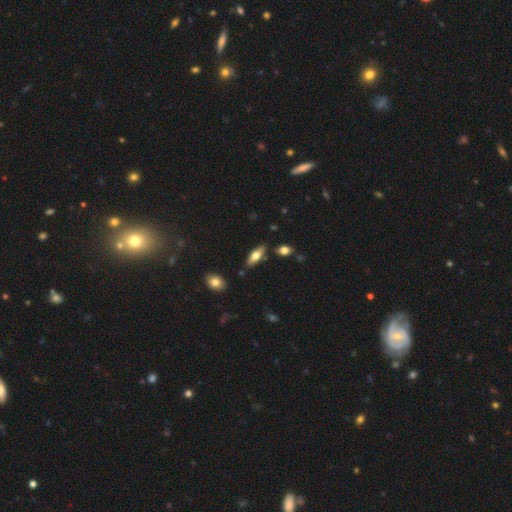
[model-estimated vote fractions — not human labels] A smooth galaxy with no disk features (63%) that is in between round and cigar-shaped (68%).

Vote fractions:
- Smooth or featured? smooth: 63% / featured or disk: 30% / star or artifact: 6%
- How rounded? in between: 68% / cigar-shaped: 30% / round: 3%
- Merging? none: 81% / minor disturbance: 12% / merger: 5% / major disturbance: 3%